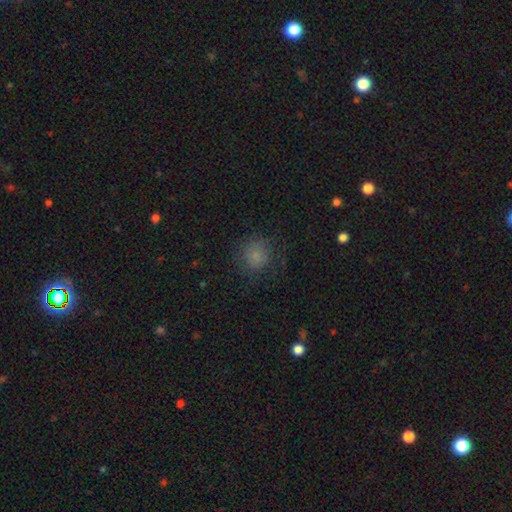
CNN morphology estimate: This is likely a smooth galaxy (80%). How rounded: clearly round (88%). Merging: likely none (78%).